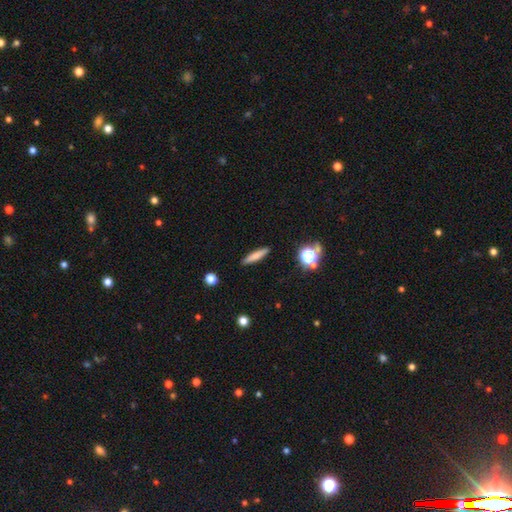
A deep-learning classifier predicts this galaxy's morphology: Smooth or featured? Predicted: smooth (p=0.74). How rounded? Predicted: cigar-shaped (p=0.87). Merging? Predicted: none (p=0.90).